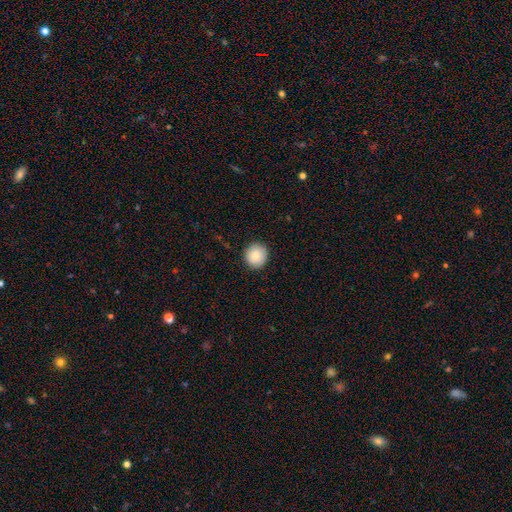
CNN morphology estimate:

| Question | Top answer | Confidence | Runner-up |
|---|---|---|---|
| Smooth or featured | smooth | 83% | featured or disk (10%) |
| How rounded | round | 92% | in between (7%) |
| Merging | none | 90% | minor disturbance (8%) |